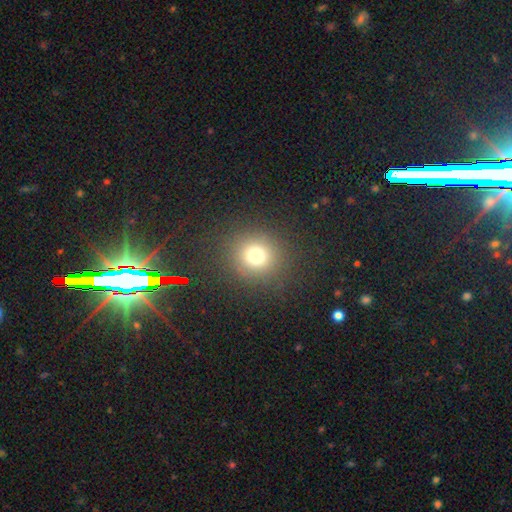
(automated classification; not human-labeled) Smooth or featured?
  - smooth: 72% *
  - star or artifact: 19%
  - featured or disk: 8%
How rounded?
  - round: 90% *
  - in between: 9%
  - cigar-shaped: 1%
Merging?
  - none: 87% *
  - minor disturbance: 7%
  - major disturbance: 5%
  - merger: 1%